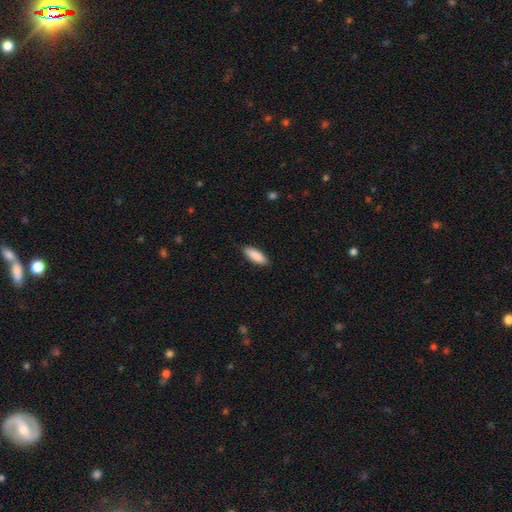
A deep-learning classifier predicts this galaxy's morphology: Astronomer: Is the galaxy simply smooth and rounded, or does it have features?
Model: smooth — 89%.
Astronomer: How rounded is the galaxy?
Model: in between — 56% (runner-up: cigar-shaped, 43%).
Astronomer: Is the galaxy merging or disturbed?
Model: none — 89%.